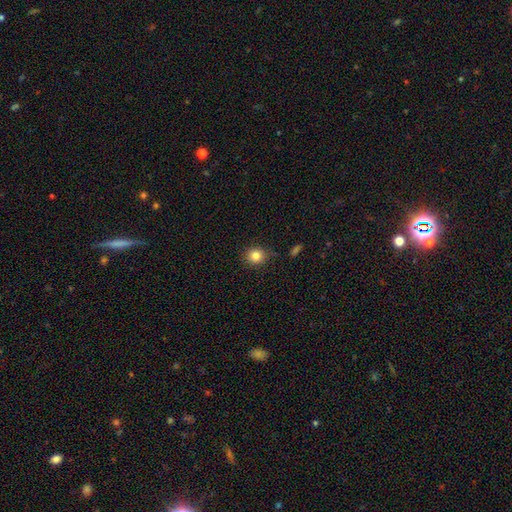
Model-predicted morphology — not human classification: Smooth or featured? smooth (83%)
How rounded? round (86%)
Merging? none (86%)